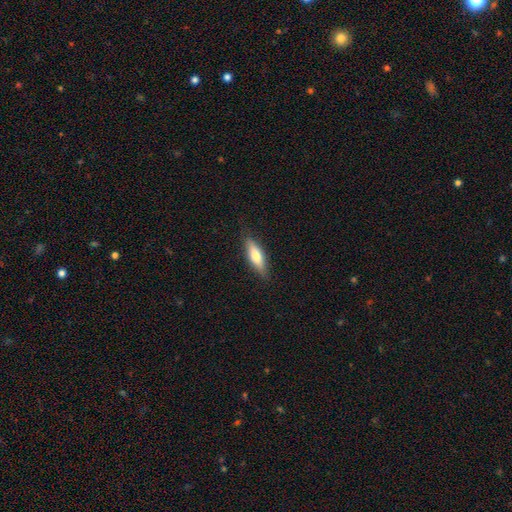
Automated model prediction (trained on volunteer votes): This is likely a smooth galaxy (63%). How rounded: possibly cigar-shaped (55%). Merging: clearly none (84%).